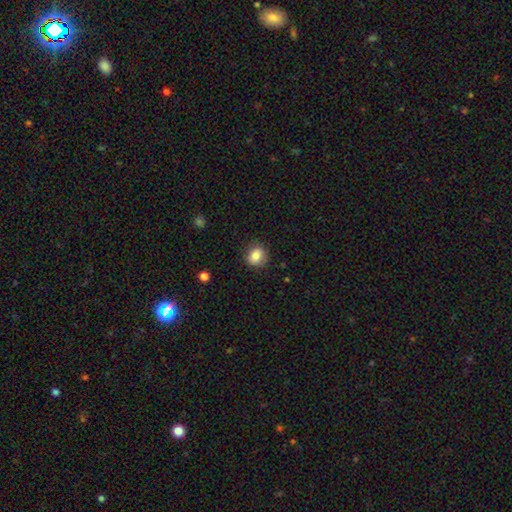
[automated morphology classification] This is clearly a smooth galaxy (82%). How rounded: likely round (78%). Merging: clearly none (84%).